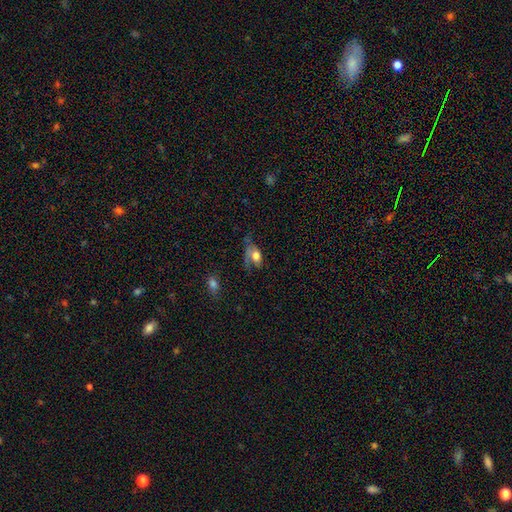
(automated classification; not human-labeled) The model was most divided on "merging": major disturbance: 37%, minor disturbance: 29%, none: 29%, merger: 5%. More confident: how rounded — in between (82%); smooth or featured — smooth (62%).